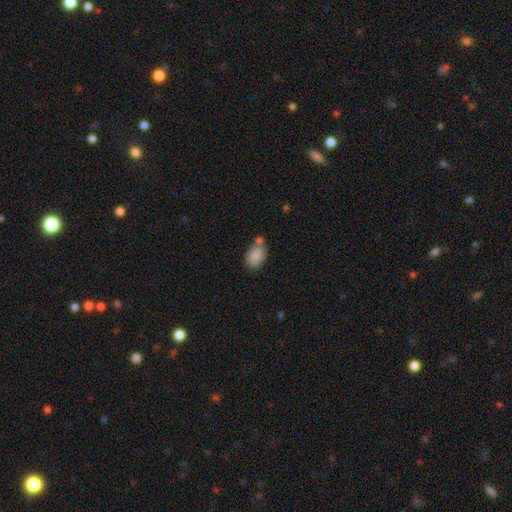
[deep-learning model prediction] Smooth or featured?
  - smooth: 87% *
  - star or artifact: 7%
  - featured or disk: 6%
How rounded?
  - in between: 88% *
  - round: 11%
  - cigar-shaped: 1%
Merging?
  - none: 61% *
  - merger: 19%
  - minor disturbance: 16%
  - major disturbance: 4%